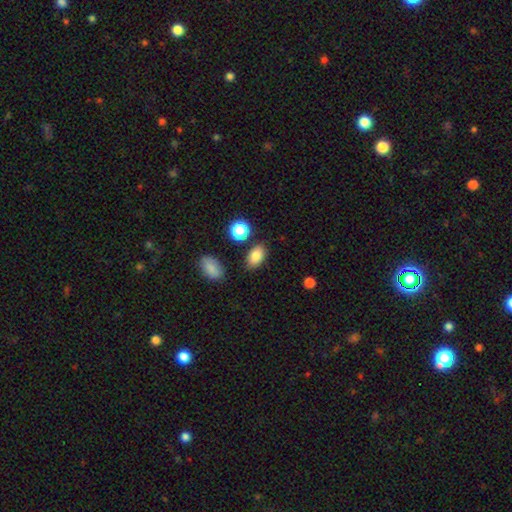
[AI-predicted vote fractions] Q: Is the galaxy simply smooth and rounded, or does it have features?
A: smooth — 83%.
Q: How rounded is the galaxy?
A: in between — 87%.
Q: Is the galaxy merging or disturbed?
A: none — 81%.